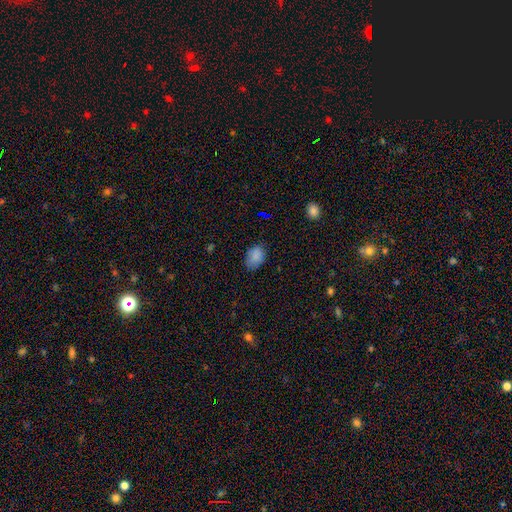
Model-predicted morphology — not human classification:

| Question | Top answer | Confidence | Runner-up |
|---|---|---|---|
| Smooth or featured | smooth | 84% | star or artifact (11%) |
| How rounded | in between | 78% | round (21%) |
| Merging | none | 74% | minor disturbance (21%) |